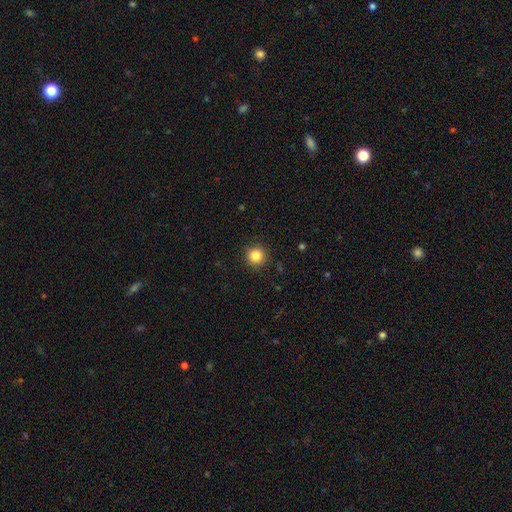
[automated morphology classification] smooth-or-featured: smooth: 85% | star or artifact: 11% | featured or disk: 4%
  how-rounded: round: 94% | in between: 5% | cigar-shaped: 1%
  merging: none: 91% | minor disturbance: 6% | major disturbance: 2% | merger: 1%